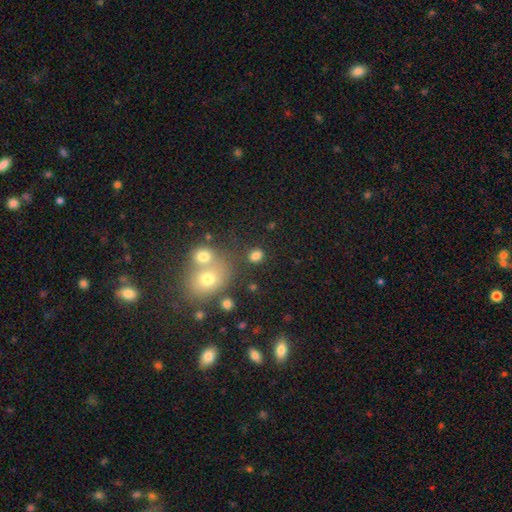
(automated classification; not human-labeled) This is likely a smooth galaxy (79%). How rounded: likely round (63%). Merging: likely none (73%).